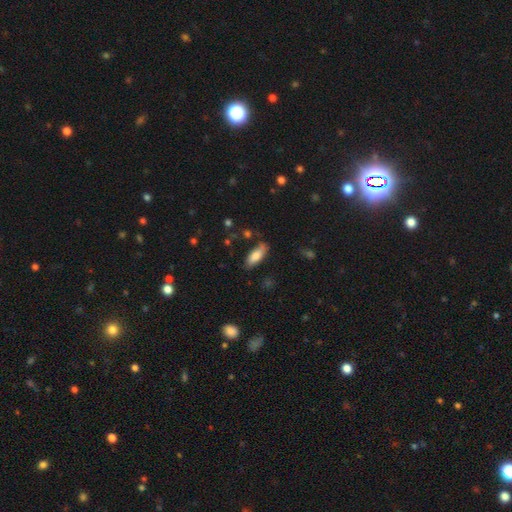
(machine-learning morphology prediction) type=smooth (76%); roundness=in between (69%); merging=none (76%).